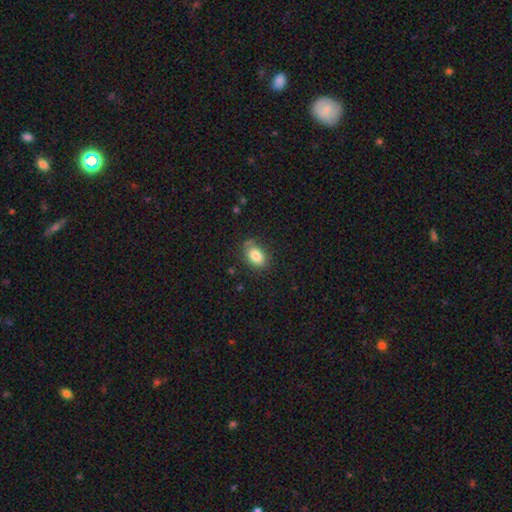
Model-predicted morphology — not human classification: smooth_or_featured: smooth (p=0.83) [alt: featured or disk p=0.09]
how_rounded: in between (p=0.83) [alt: round p=0.16]
merging: none (p=0.76) [alt: minor disturbance p=0.17]